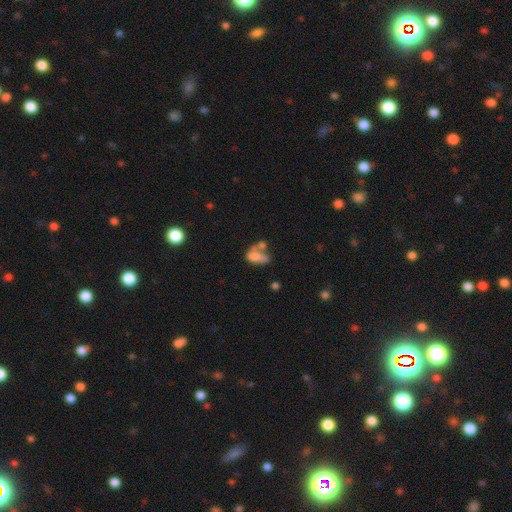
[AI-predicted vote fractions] The model was most divided on "merging": merger: 45%, none: 22%, major disturbance: 18%, minor disturbance: 15%. More confident: how rounded — in between (85%); smooth or featured — smooth (66%).